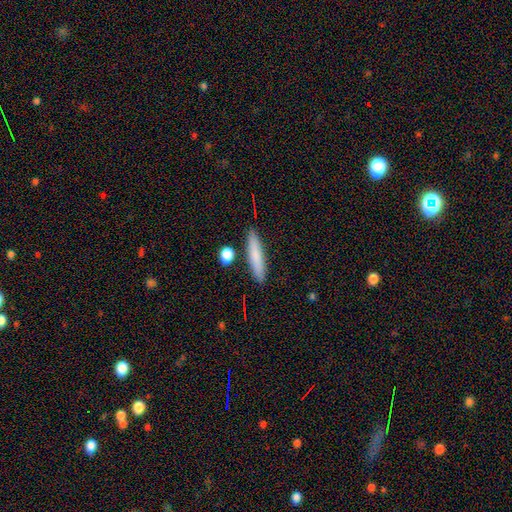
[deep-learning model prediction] smooth 79%, featured or disk 15%, star or artifact 6%. Down the decision tree: how rounded — cigar-shaped (86%); merging — none (86%).